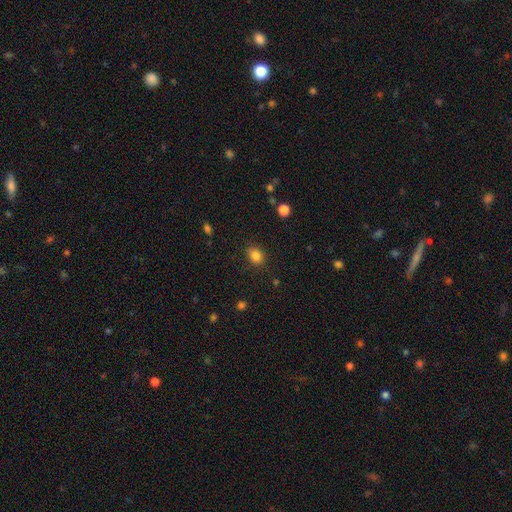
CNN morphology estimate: This is clearly a smooth galaxy (84%). How rounded: possibly in between (58%). Merging: clearly none (84%).